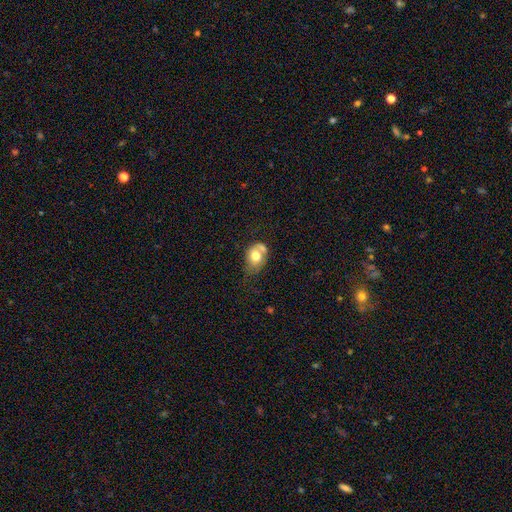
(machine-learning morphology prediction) A smooth galaxy with no disk features (70%) that is in between round and cigar-shaped (62%). Merging: none (33%).